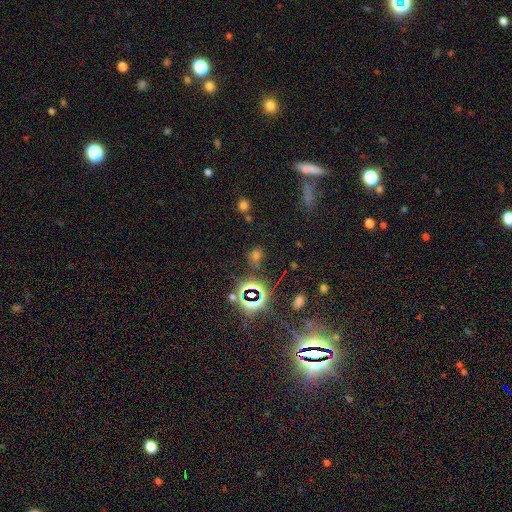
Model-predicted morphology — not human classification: Smooth or featured?
  - star or artifact: 57% *
  - smooth: 35%
  - featured or disk: 8%